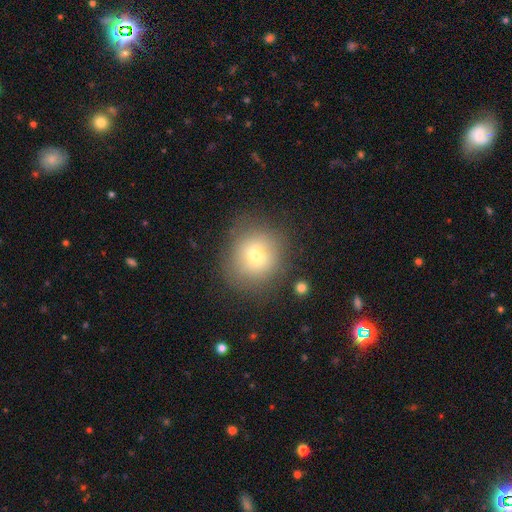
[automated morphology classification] A smooth galaxy with no disk features (69%) that is round (86%). Merging: none (81%).